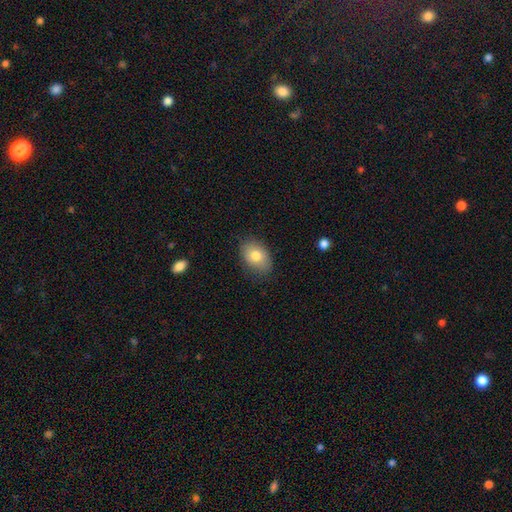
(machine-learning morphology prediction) Overall: smooth (78%). How rounded: in between (83%). Merging: none (82%).